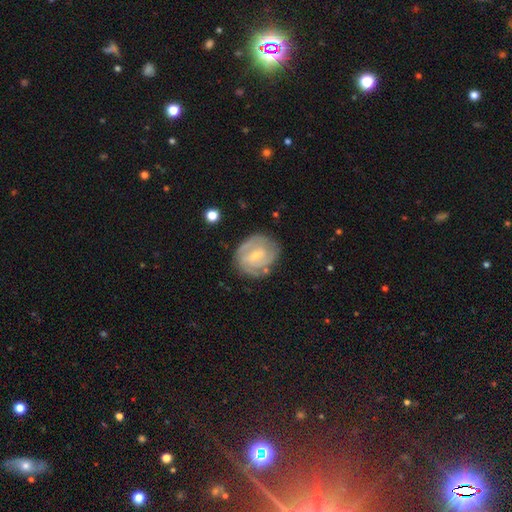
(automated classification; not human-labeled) Smooth or featured? Predicted: featured or disk (p=0.79). Edge-on disk? Predicted: no (p=0.97). Bar? Predicted: weak (p=0.52). Spiral arms? Predicted: yes (p=0.91). Spiral winding? Predicted: tight (p=0.64). Spiral arm count? Predicted: 2 (p=0.41). Bulge size? Predicted: small (p=0.59). Merging? Predicted: none (p=0.75).